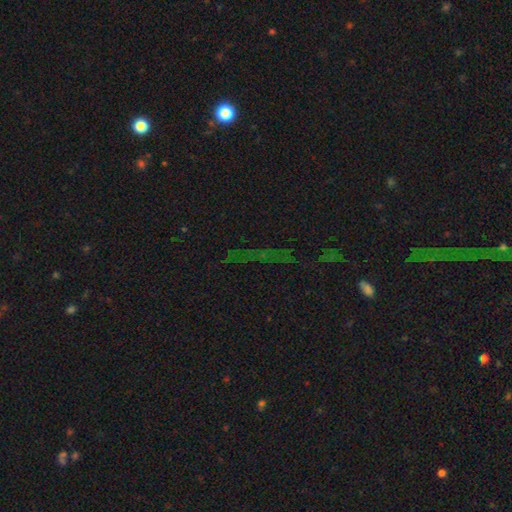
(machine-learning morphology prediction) smooth_or_featured: star or artifact (p=0.75) [alt: smooth p=0.14]